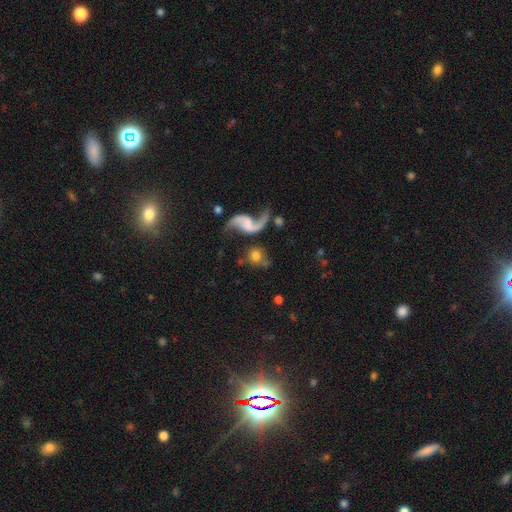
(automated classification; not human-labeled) featured or disk 50%, smooth 40%, star or artifact 10%. Down the decision tree: merging — none (55%).